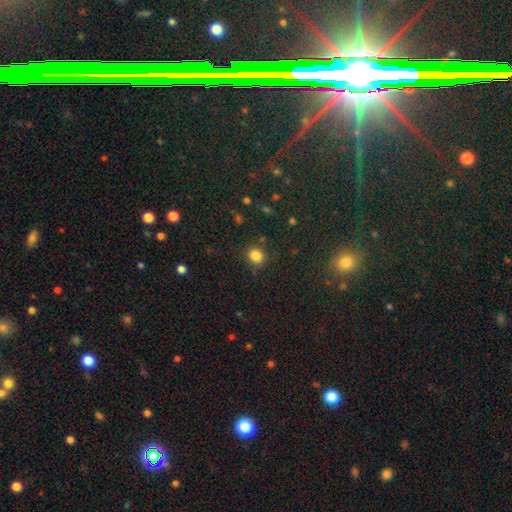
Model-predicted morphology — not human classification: type=smooth (83%); roundness=round (79%); merging=none (85%).